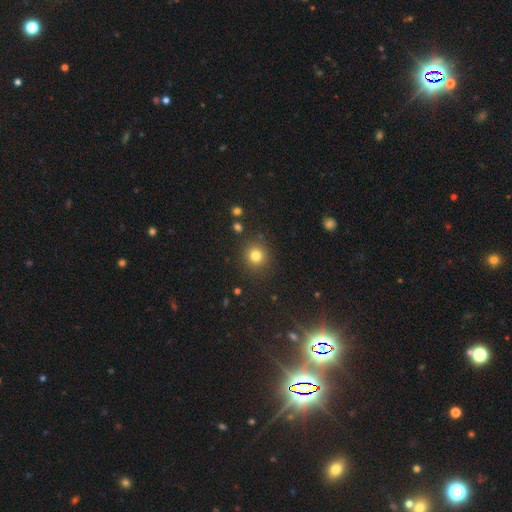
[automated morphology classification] smooth-or-featured: smooth: 80% | star or artifact: 13% | featured or disk: 6%
  how-rounded: round: 92% | in between: 7% | cigar-shaped: 1%
  merging: none: 88% | minor disturbance: 7% | major disturbance: 3% | merger: 2%